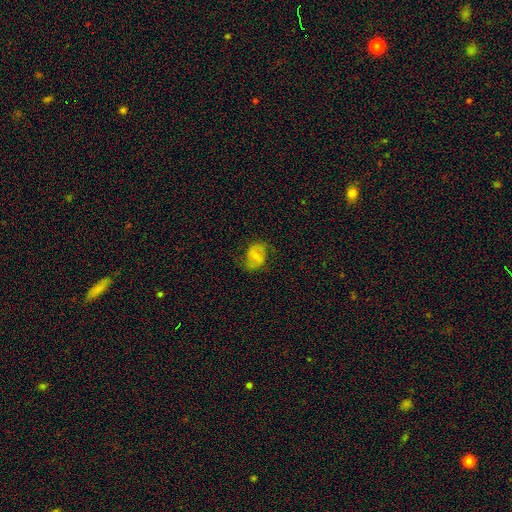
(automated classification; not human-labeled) smooth-or-featured: smooth: 49% | featured or disk: 42% | star or artifact: 9%
  merging: none: 67% | minor disturbance: 21% | major disturbance: 10% | merger: 1%